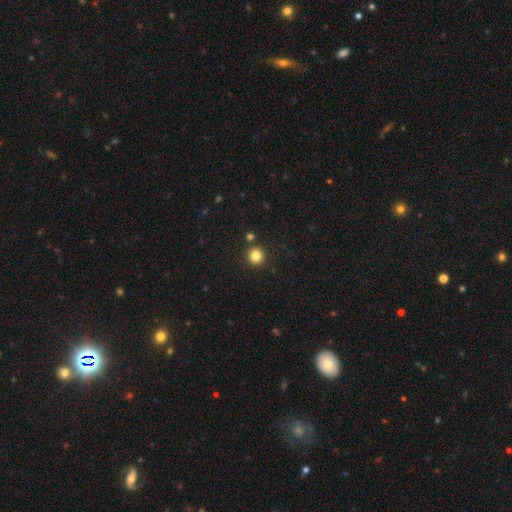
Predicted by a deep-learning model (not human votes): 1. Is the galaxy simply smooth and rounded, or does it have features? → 83% smooth, 12% star or artifact, 5% featured or disk.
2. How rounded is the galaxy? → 94% round, 5% in between, 1% cigar-shaped.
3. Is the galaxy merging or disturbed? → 87% none, 6% minor disturbance, 5% merger, 2% major disturbance.